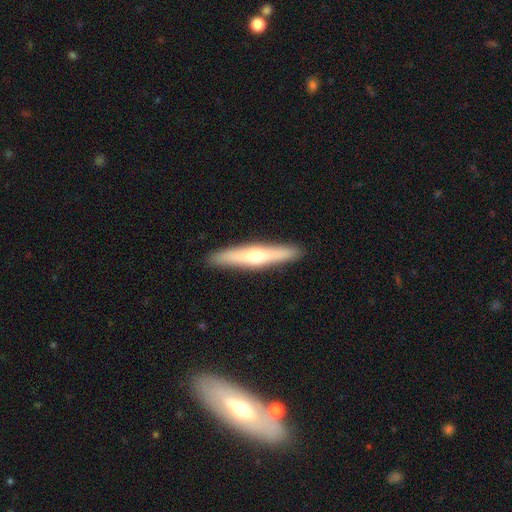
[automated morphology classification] A featured or disk galaxy (53%) viewed edge-on (93%).

Vote fractions:
- Smooth or featured? featured or disk: 53% / smooth: 41% / star or artifact: 6%
- Edge-on disk? yes: 93% / no: 7%
- Merging? none: 91% / minor disturbance: 6% / major disturbance: 1% / merger: 1%